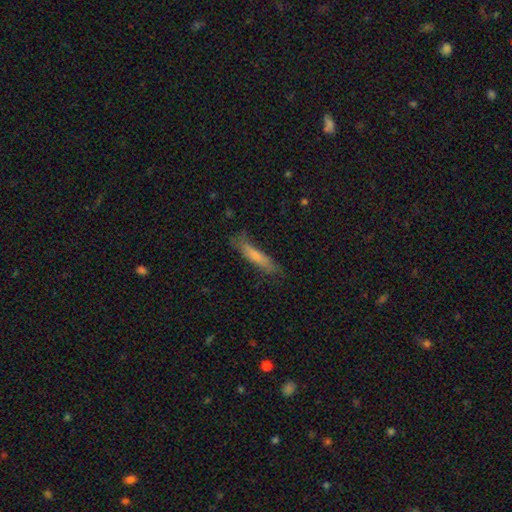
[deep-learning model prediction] This appears to be a smooth galaxy with no disk features (72%) that is cigar-shaped (86%). Merging: none (70%).